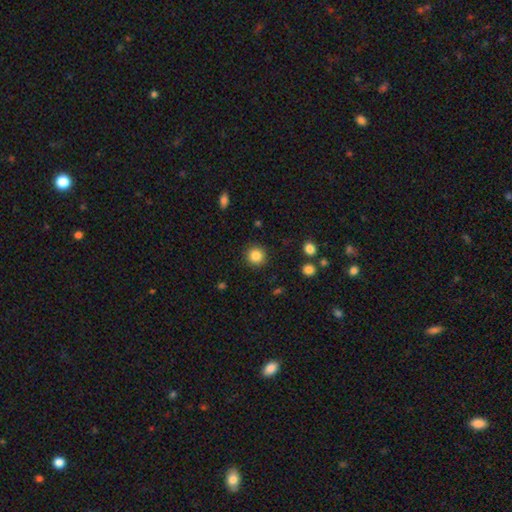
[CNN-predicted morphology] This is clearly a smooth galaxy (85%). How rounded: clearly round (94%). Merging: clearly none (91%).